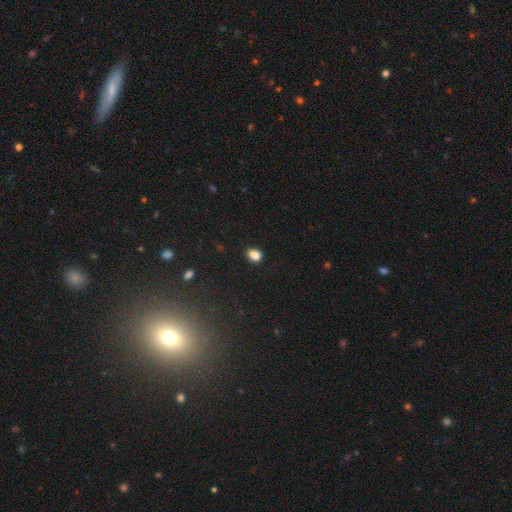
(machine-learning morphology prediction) This appears to be a smooth galaxy with no disk features (84%) that is in between round and cigar-shaped (66%). Merging: none (77%).